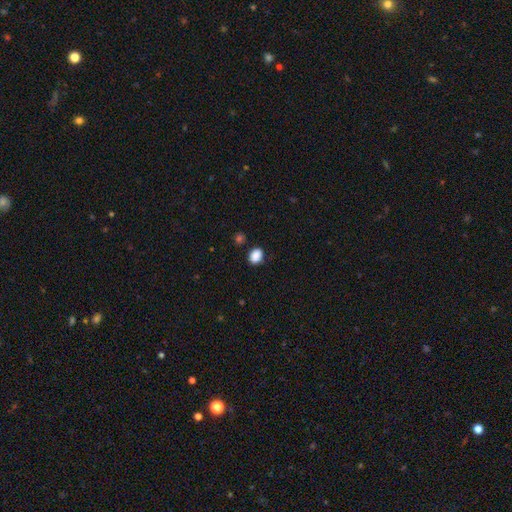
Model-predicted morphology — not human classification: Smooth or featured? smooth (88%)
How rounded? in between (60%)
Merging? none (83%)